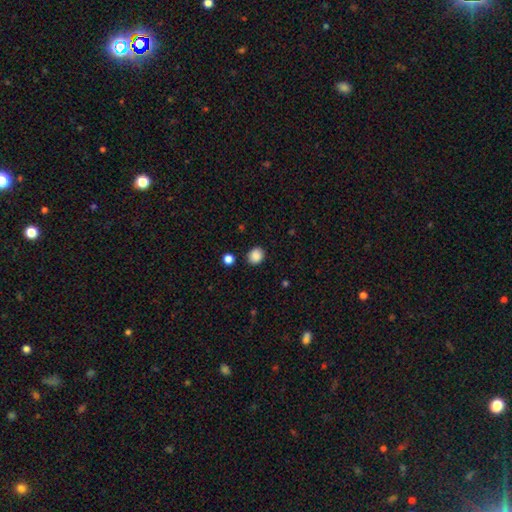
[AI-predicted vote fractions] smooth 88%, star or artifact 9%, featured or disk 3%. Down the decision tree: how rounded — round (67%); merging — none (85%).